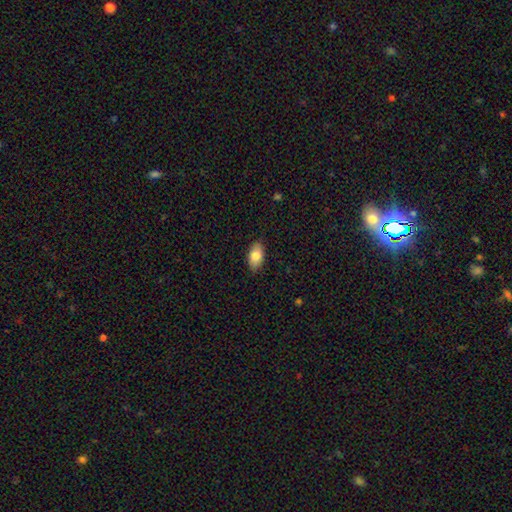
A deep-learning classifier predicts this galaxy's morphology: Smooth or featured?
  - smooth: 81% *
  - featured or disk: 12%
  - star or artifact: 7%
How rounded?
  - in between: 93% *
  - round: 4%
  - cigar-shaped: 3%
Merging?
  - none: 87% *
  - minor disturbance: 10%
  - major disturbance: 2%
  - merger: 1%